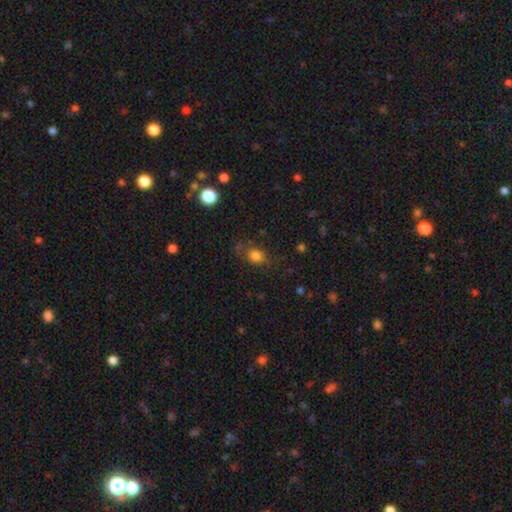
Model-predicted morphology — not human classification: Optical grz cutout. It shows a smooth galaxy with no disk features (78%) that is round (54%). Merging: none (65%).